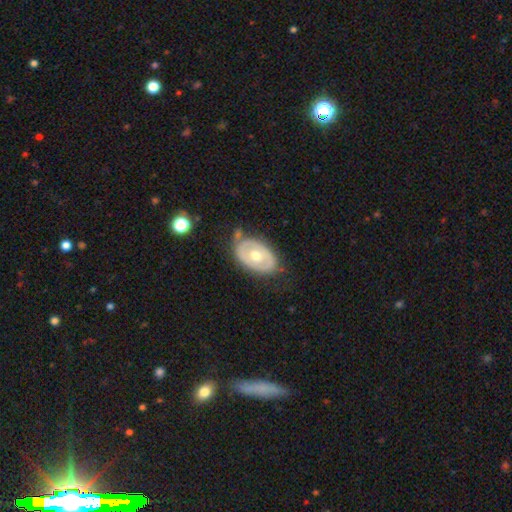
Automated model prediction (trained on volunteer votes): smooth_or_featured: featured or disk (p=0.60) [alt: smooth p=0.34]
disk_edge_on: no (p=0.92) [alt: yes p=0.08]
bar: no (p=0.85) [alt: weak p=0.11]
has_spiral_arms: no (p=0.77) [alt: yes p=0.23]
bulge_size: moderate (p=0.77) [alt: small p=0.16]
merging: none (p=0.69) [alt: minor disturbance p=0.20]